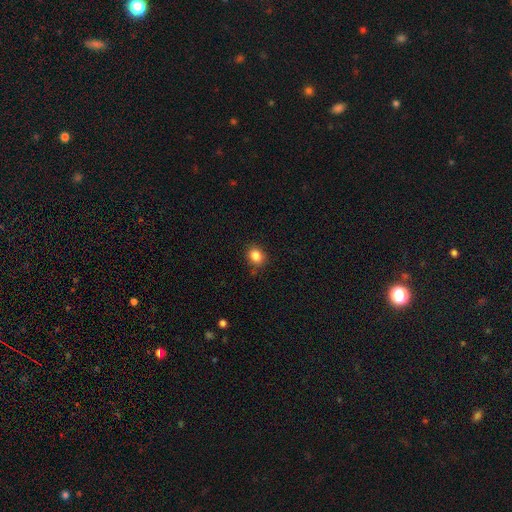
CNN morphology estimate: This is clearly a smooth galaxy (85%). How rounded: possibly round (60%). Merging: clearly none (83%).